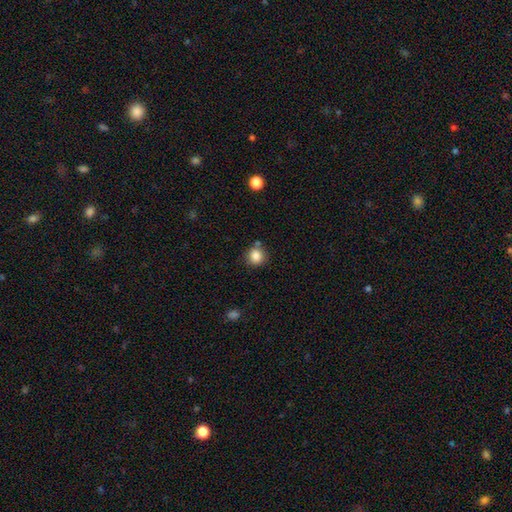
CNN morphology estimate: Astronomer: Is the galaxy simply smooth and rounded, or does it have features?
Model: smooth — 85%.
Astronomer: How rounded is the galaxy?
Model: round — 86%.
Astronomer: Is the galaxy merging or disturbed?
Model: none — 76%.